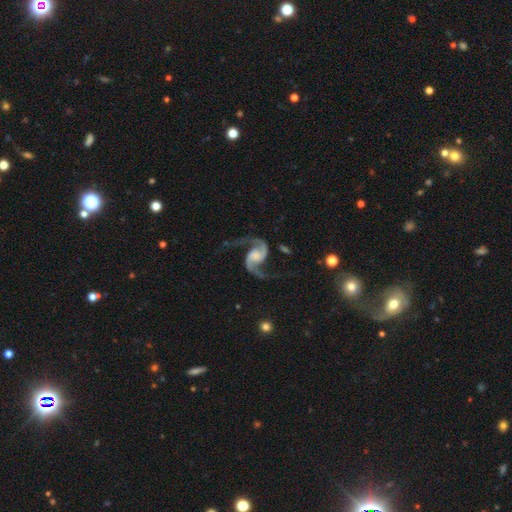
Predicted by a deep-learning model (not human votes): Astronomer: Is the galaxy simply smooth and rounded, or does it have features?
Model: featured or disk — 93%.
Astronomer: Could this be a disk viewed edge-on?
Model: no — 98%.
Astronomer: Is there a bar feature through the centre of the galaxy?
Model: no — 57%.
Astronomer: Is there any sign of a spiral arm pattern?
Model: yes — 98%.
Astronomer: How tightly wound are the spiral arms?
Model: loose — 65%.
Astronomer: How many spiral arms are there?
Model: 2 — 94%.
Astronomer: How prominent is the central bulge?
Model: none — 38% (runner-up: small, 22%).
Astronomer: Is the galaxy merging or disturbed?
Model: none — 72%.